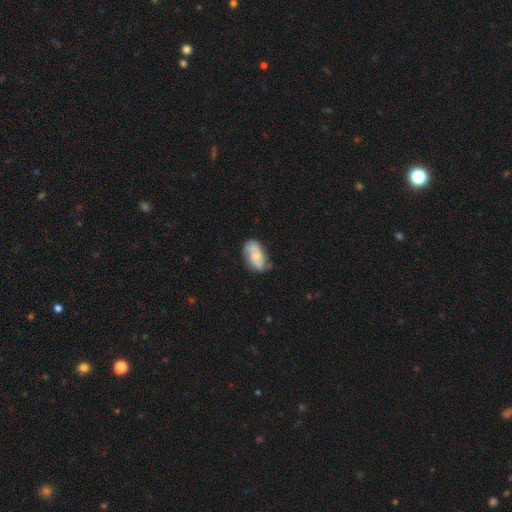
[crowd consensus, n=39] Smooth or featured: smooth — 49% (featured or disk — 46%)
How rounded: in between — 74% (cigar-shaped — 16%)
Merging: none — 49% (minor disturbance — 41%)